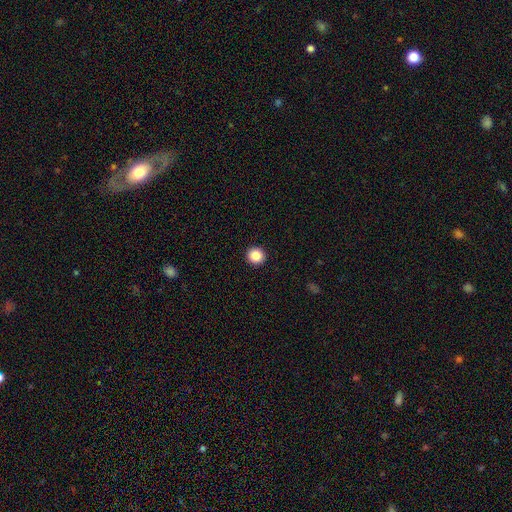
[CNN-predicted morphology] Smooth or featured? Predicted: smooth (p=0.86). How rounded? Predicted: round (p=0.95). Merging? Predicted: none (p=0.94).